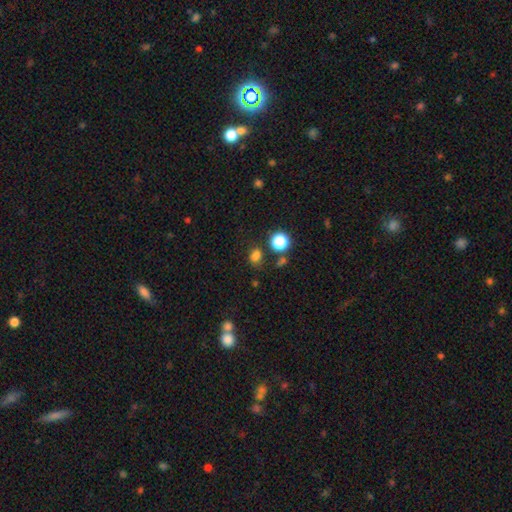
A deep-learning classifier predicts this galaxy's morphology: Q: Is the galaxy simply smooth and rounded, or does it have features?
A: smooth — 74%.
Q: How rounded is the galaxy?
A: round — 56%.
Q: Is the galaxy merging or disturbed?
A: none — 69%.